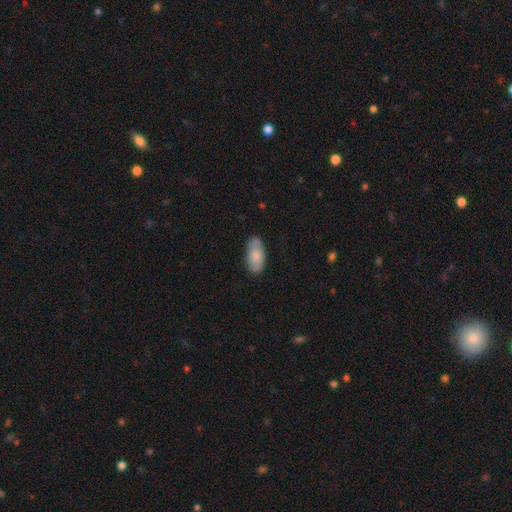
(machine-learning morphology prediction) smooth 80%, featured or disk 15%, star or artifact 6%. Down the decision tree: how rounded — in between (91%); merging — none (80%).